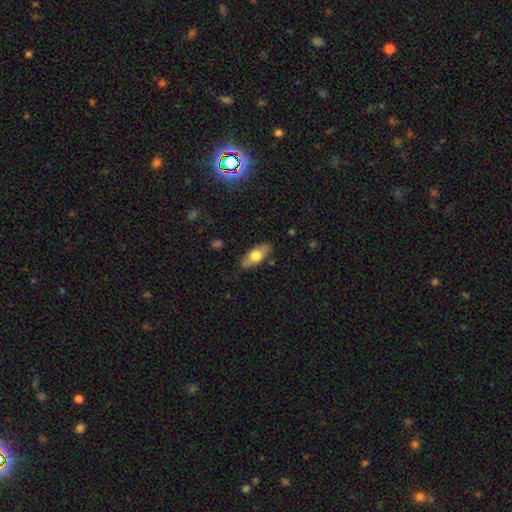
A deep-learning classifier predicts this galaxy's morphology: smooth-or-featured: smooth: 66% | featured or disk: 28% | star or artifact: 6%
  how-rounded: in between: 78% | cigar-shaped: 19% | round: 3%
  merging: none: 86% | minor disturbance: 10% | major disturbance: 2% | merger: 1%